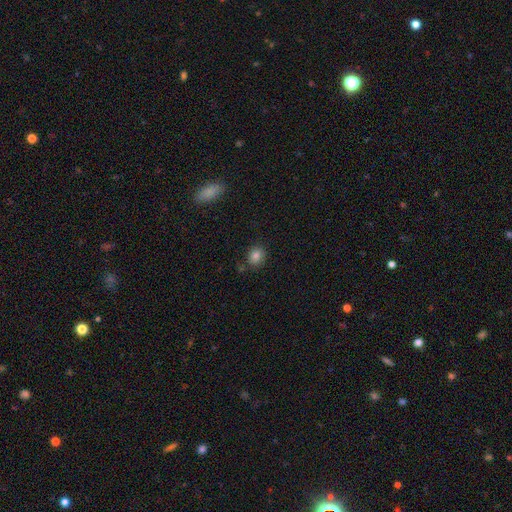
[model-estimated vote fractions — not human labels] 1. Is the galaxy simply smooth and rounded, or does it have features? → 83% smooth, 11% star or artifact, 6% featured or disk.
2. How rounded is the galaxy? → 73% round, 26% in between, 1% cigar-shaped.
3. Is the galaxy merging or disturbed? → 80% none, 12% minor disturbance, 5% merger, 3% major disturbance.